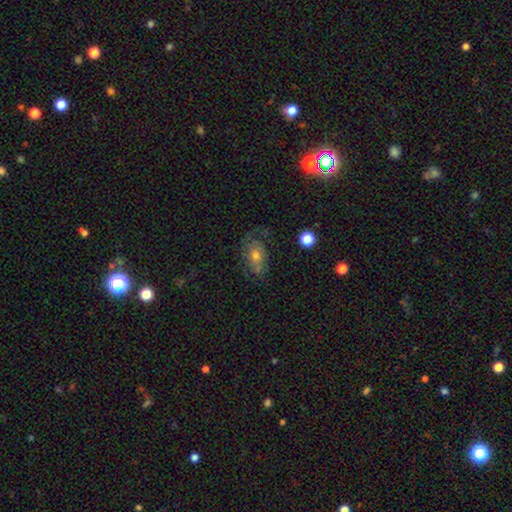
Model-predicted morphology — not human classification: type=smooth (48%); merging=none (49%).